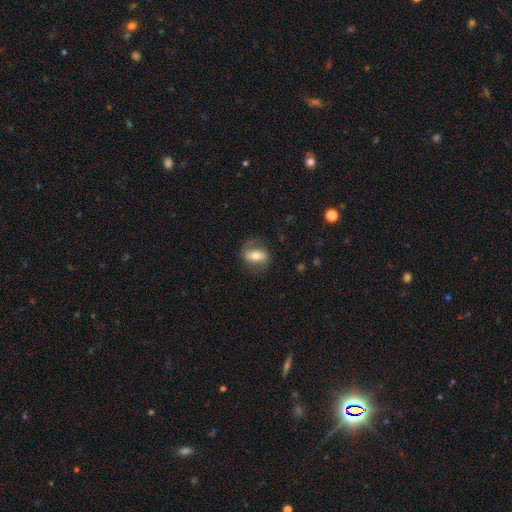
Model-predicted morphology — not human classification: This appears to be a smooth galaxy with no disk features (51%) that is in between round and cigar-shaped (76%). Merging: none (71%).